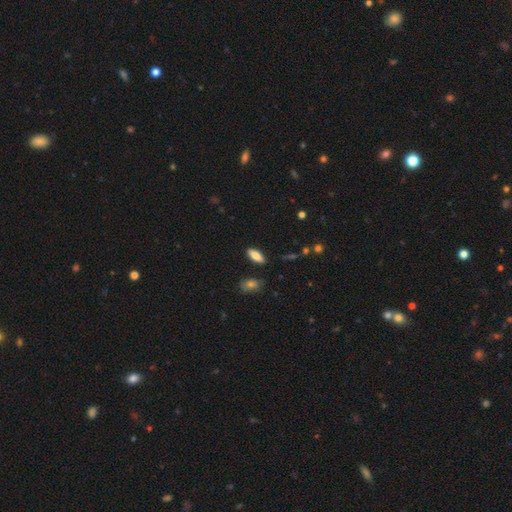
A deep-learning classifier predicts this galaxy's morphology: type=smooth (76%); roundness=in between (71%); merging=none (86%).